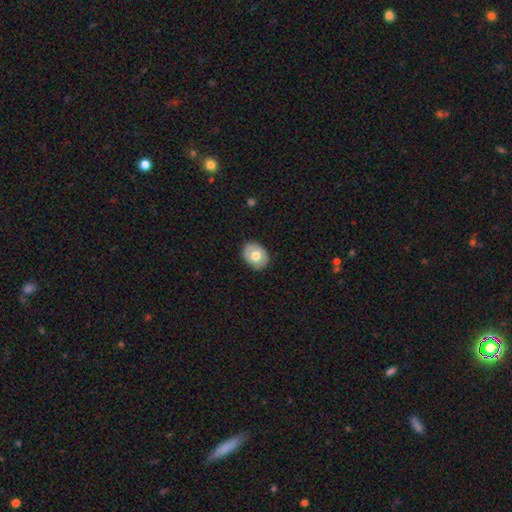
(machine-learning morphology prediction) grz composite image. It shows a smooth galaxy with no disk features (65%) that is in between round and cigar-shaped (50%). Merging: none (84%).